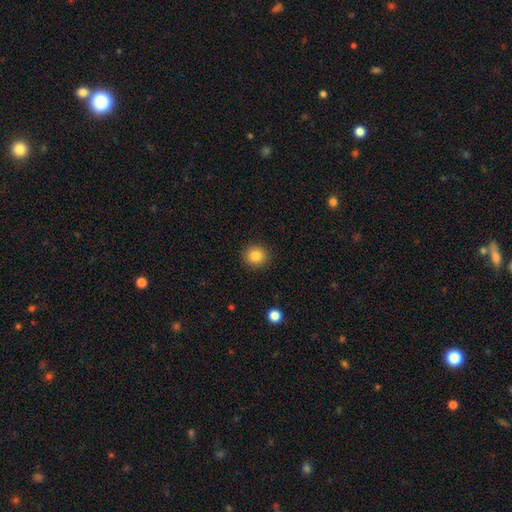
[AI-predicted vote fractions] A smooth galaxy with no disk features (85%) that is round (91%).

Vote fractions:
- Smooth or featured? smooth: 85% / star or artifact: 10% / featured or disk: 5%
- How rounded? round: 91% / in between: 8% / cigar-shaped: 1%
- Merging? none: 91% / minor disturbance: 6% / major disturbance: 2% / merger: 1%